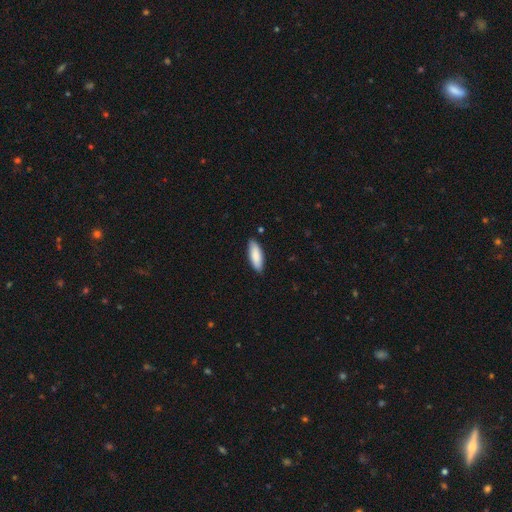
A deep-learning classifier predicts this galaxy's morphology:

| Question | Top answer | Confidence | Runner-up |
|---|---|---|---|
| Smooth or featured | smooth | 87% | featured or disk (8%) |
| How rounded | in between | 66% | cigar-shaped (33%) |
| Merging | none | 87% | minor disturbance (10%) |